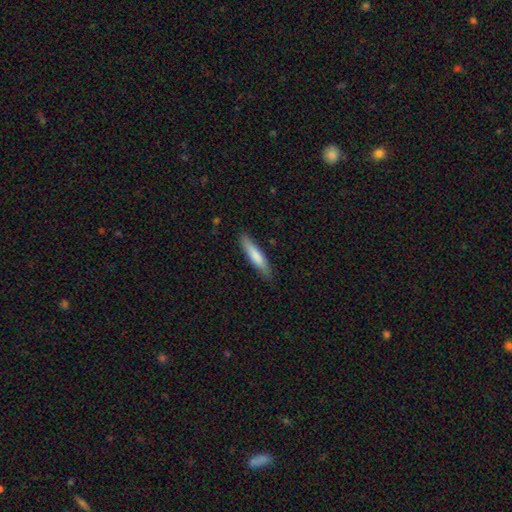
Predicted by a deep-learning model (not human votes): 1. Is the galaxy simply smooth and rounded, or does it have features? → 76% smooth, 19% featured or disk, 5% star or artifact.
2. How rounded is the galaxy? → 84% cigar-shaped, 14% in between, 1% round.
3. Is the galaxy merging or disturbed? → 85% none, 11% minor disturbance, 2% major disturbance, 1% merger.